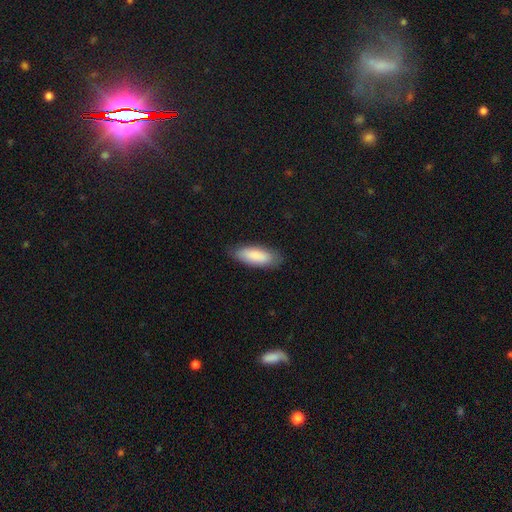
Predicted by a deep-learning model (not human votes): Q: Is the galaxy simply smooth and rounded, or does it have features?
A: smooth — 87%.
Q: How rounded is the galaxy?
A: in between — 75%.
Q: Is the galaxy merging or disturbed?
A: none — 82%.